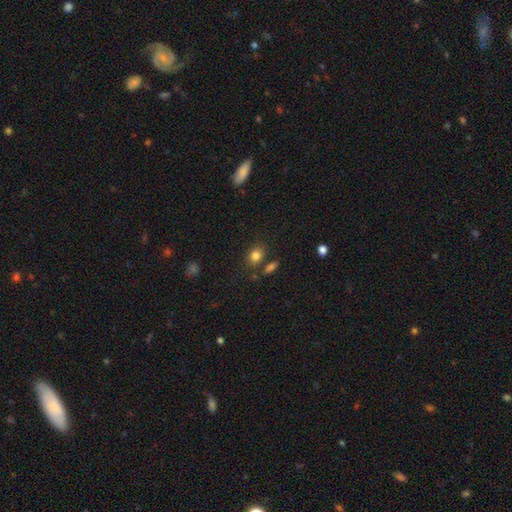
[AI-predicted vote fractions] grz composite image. It shows a smooth galaxy with no disk features (82%) that is in between round and cigar-shaped (51%). Merging: none (74%).